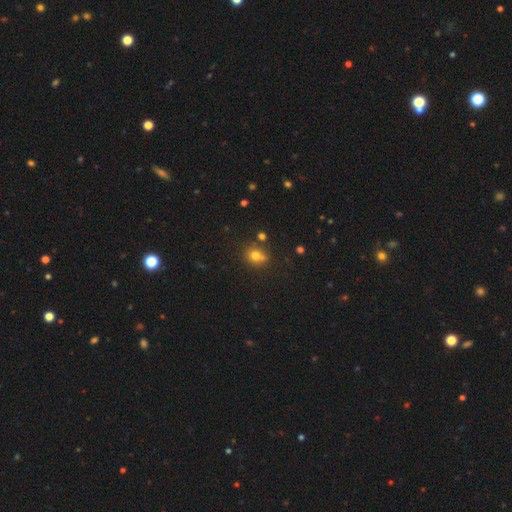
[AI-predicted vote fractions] Q: Smooth or featured?
A: smooth (74%); runner-up: star or artifact (16%)
Q: How rounded?
A: round (74%); runner-up: in between (25%)
Q: Merging?
A: none (62%); runner-up: merger (20%)